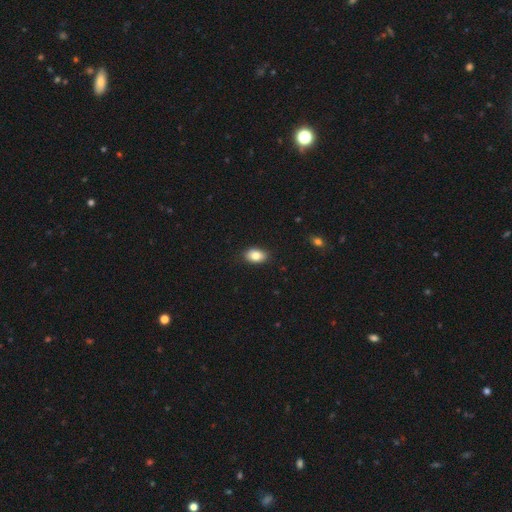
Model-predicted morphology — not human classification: Smooth or featured? Predicted: smooth (p=0.83). How rounded? Predicted: in between (p=0.86). Merging? Predicted: none (p=0.87).